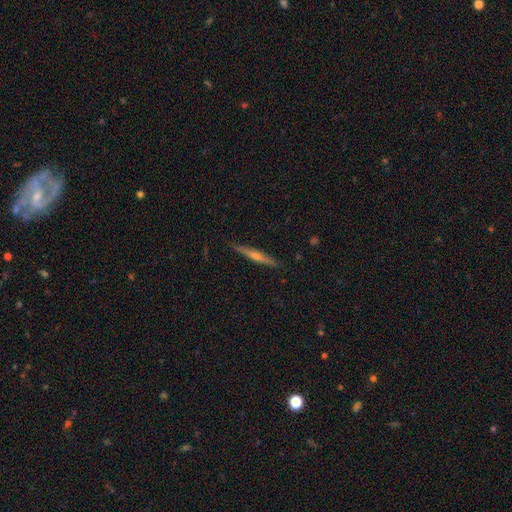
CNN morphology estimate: Smooth or featured? featured or disk (68%)
Edge-on disk? yes (98%)
Edge-on bulge? rounded (73%)
Merging? none (90%)